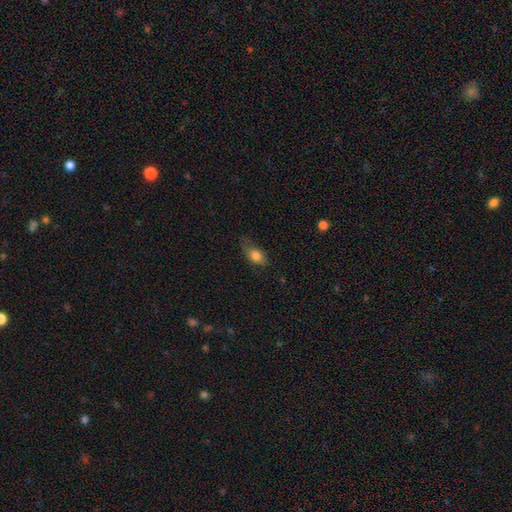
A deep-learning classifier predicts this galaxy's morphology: This appears to be a smooth galaxy with no disk features (79%) that is in between round and cigar-shaped (83%). Merging: none (56%).